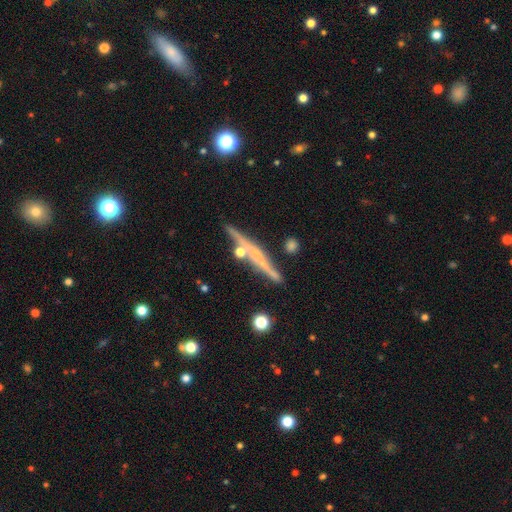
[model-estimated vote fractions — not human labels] Smooth or featured: featured or disk — 69% (smooth — 24%)
Edge-on disk: yes — 96% (no — 4%)
Edge-on bulge: rounded — 47% (none — 44%)
Merging: none — 80% (minor disturbance — 11%)